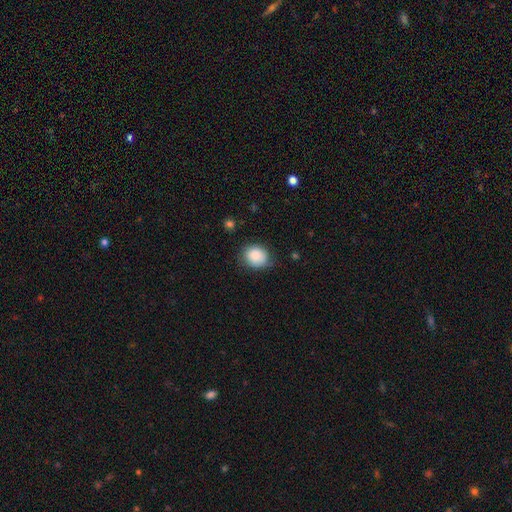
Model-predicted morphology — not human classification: The model was most divided on "how rounded": round: 65%, in between: 34%, cigar-shaped: 1%. More confident: smooth or featured — smooth (87%); merging — none (73%).